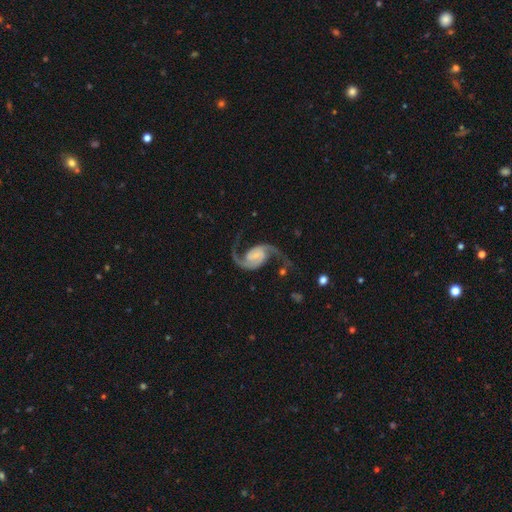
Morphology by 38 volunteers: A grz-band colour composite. It shows a featured or disk galaxy (95%) with no bar (56%), 2 (100%) loose (65%) spiral arms (100%) and a small central bulge (71%). Merging: none (78%).